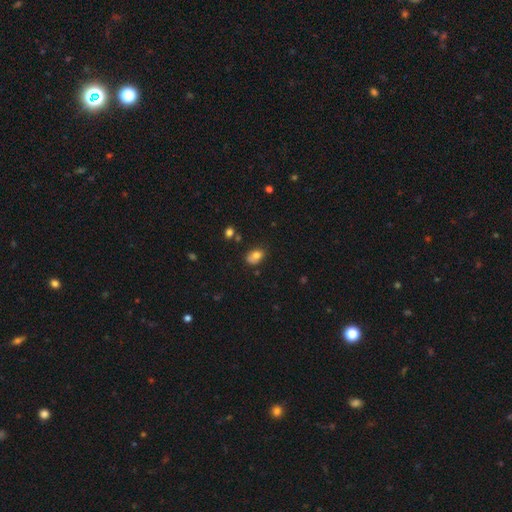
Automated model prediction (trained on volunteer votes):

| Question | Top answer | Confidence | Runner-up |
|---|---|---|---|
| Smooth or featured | smooth | 78% | featured or disk (12%) |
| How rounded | in between | 81% | round (17%) |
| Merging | none | 60% | minor disturbance (27%) |